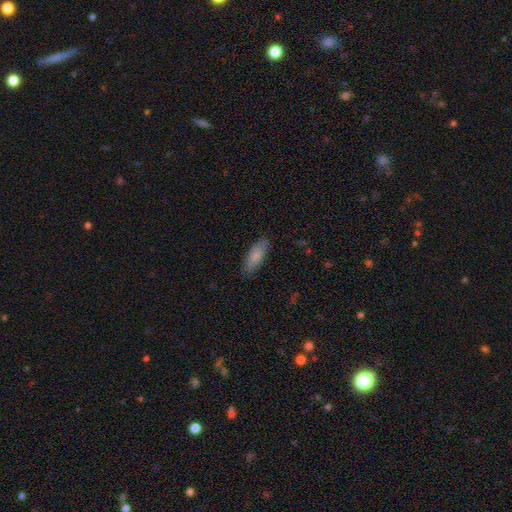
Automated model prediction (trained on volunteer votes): Q: Smooth or featured?
A: smooth (82%); runner-up: featured or disk (12%)
Q: How rounded?
A: in between (70%); runner-up: cigar-shaped (28%)
Q: Merging?
A: none (82%); runner-up: minor disturbance (14%)